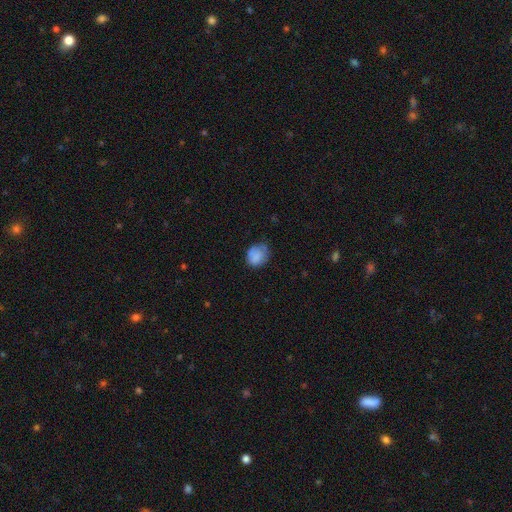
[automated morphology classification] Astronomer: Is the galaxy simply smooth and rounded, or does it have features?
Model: smooth — 82%.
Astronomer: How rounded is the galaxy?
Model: round — 61% (runner-up: in between, 38%).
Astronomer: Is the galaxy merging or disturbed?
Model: none — 57% (runner-up: minor disturbance, 33%).